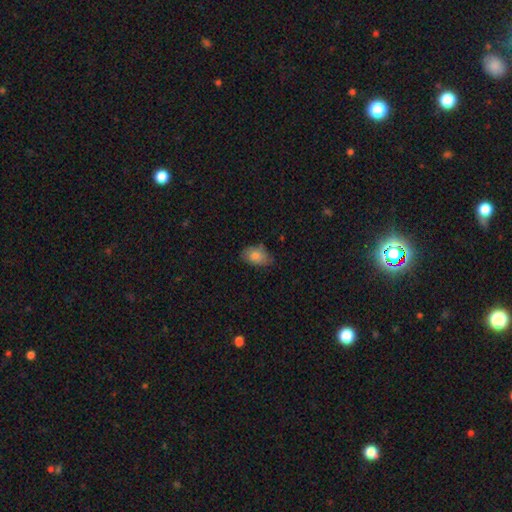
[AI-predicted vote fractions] smooth-or-featured: smooth: 82% | featured or disk: 9% | star or artifact: 9%
  how-rounded: in between: 82% | round: 17% | cigar-shaped: 1%
  merging: none: 67% | minor disturbance: 27% | major disturbance: 4% | merger: 2%